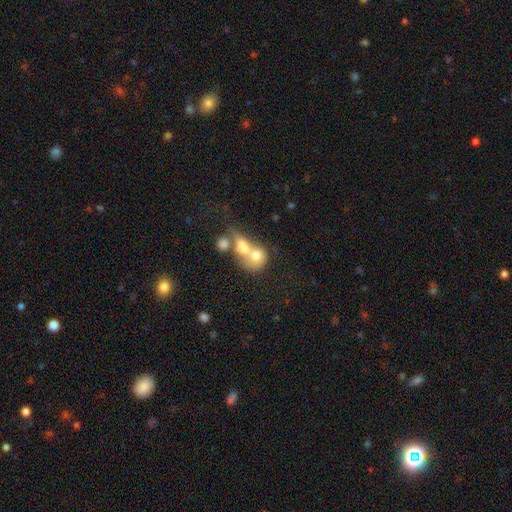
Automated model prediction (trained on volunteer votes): This is likely a smooth galaxy (64%). How rounded: possibly round (55%). Merging: likely merger (70%).